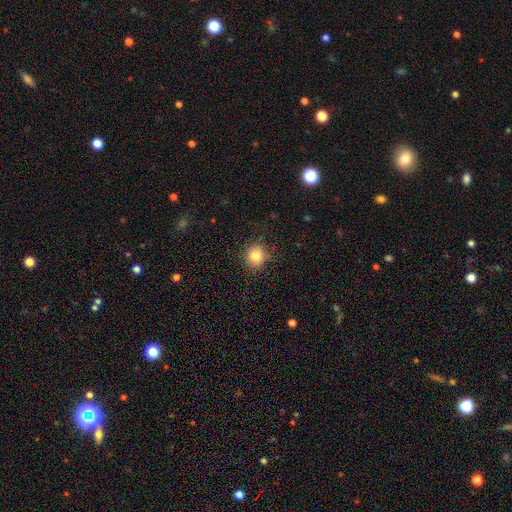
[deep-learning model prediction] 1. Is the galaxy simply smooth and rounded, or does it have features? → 81% smooth, 11% star or artifact, 7% featured or disk.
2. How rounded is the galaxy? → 88% round, 11% in between, 1% cigar-shaped.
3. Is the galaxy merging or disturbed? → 86% none, 10% minor disturbance, 3% major disturbance, 1% merger.